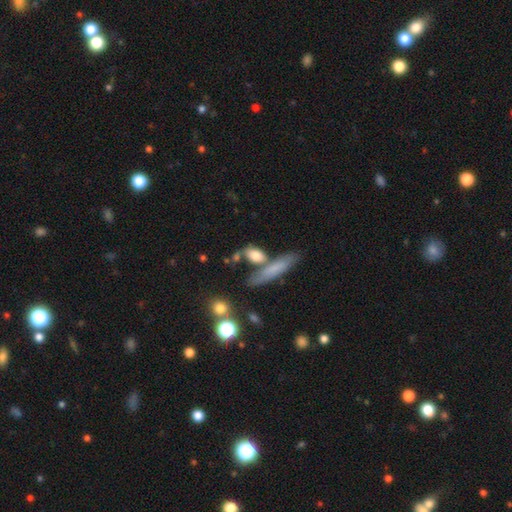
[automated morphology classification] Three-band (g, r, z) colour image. It shows a smooth galaxy with no disk features (76%) that is in between round and cigar-shaped (61%). Merging: none (52%).